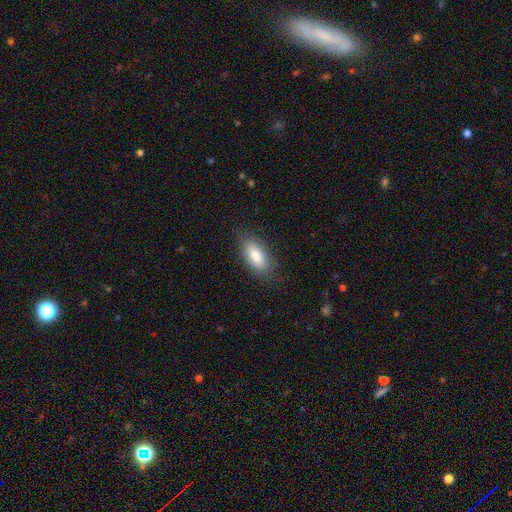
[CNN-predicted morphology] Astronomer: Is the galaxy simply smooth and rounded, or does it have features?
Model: smooth — 80%.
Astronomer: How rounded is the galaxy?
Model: in between — 84%.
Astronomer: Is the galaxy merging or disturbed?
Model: none — 82%.